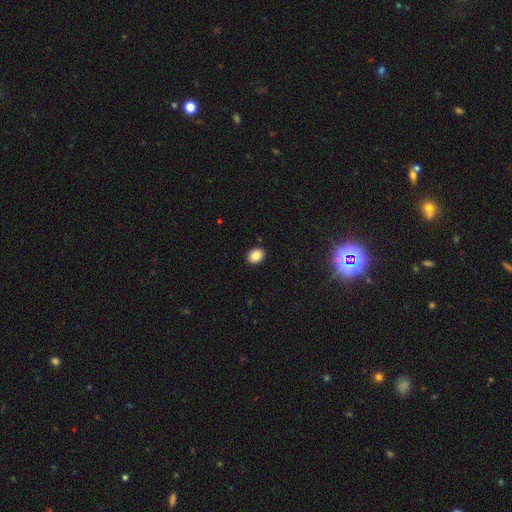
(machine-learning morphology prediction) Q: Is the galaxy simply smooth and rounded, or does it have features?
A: smooth — 85%.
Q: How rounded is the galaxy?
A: round — 55%.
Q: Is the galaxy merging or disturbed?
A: none — 91%.